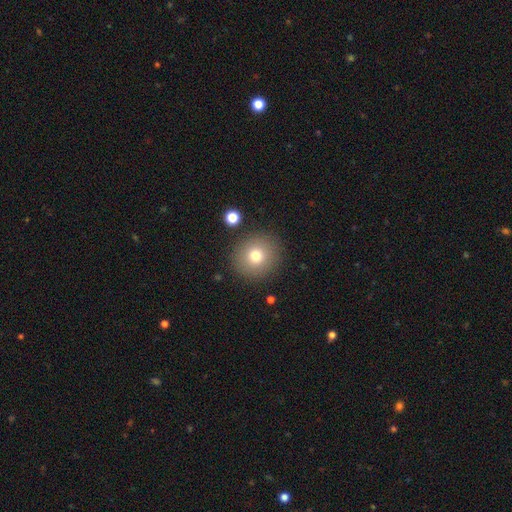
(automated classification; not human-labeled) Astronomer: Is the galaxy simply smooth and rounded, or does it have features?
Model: smooth — 76%.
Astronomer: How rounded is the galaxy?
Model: round — 91%.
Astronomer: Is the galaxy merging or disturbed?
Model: none — 88%.